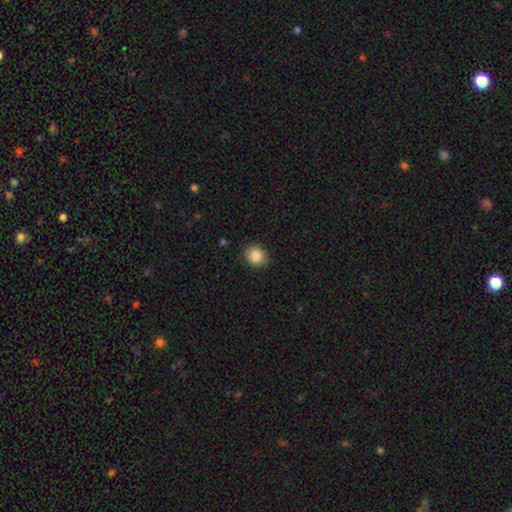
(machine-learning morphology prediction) smooth 86%, star or artifact 9%, featured or disk 5%. Down the decision tree: how rounded — round (73%); merging — none (89%).